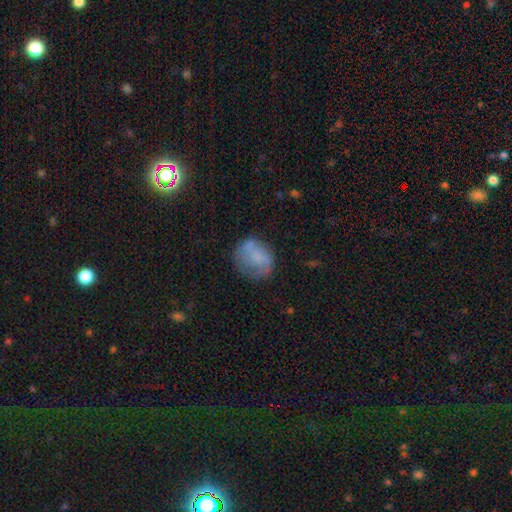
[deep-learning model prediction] A smooth galaxy with no disk features (58%) that is round (63%). Merging: none (57%).